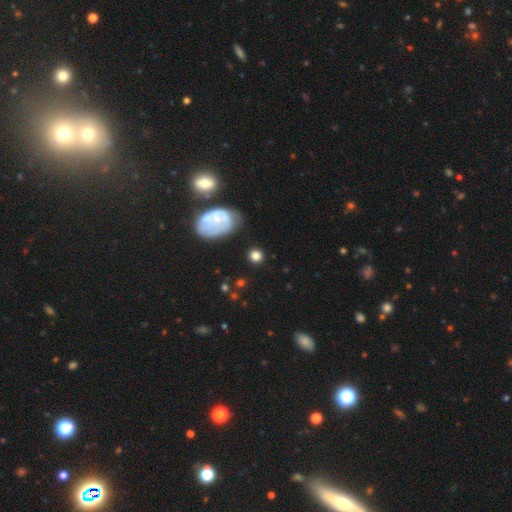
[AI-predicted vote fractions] Smooth or featured: smooth — 76% (featured or disk — 14%)
How rounded: round — 86% (in between — 13%)
Merging: none — 81% (minor disturbance — 11%)